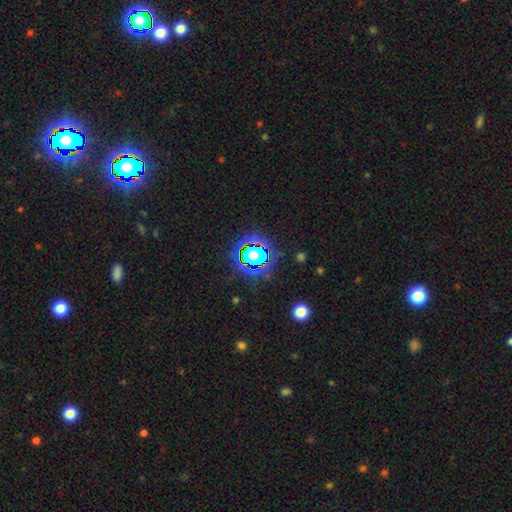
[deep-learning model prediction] Q: Smooth or featured?
A: star or artifact (57%); runner-up: smooth (30%)